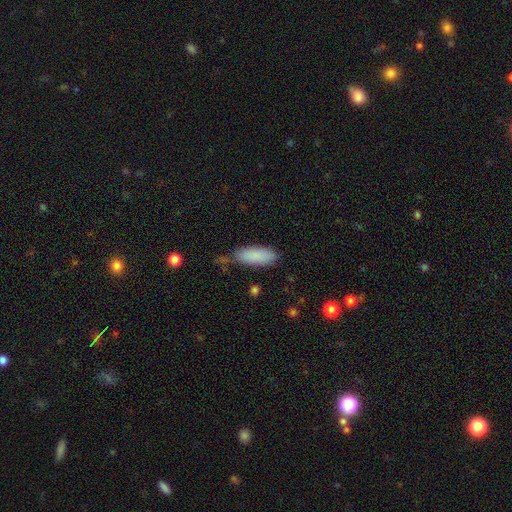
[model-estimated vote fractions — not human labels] Morphology: type=smooth (87%); roundness=in between (71%); merging=none (70%).